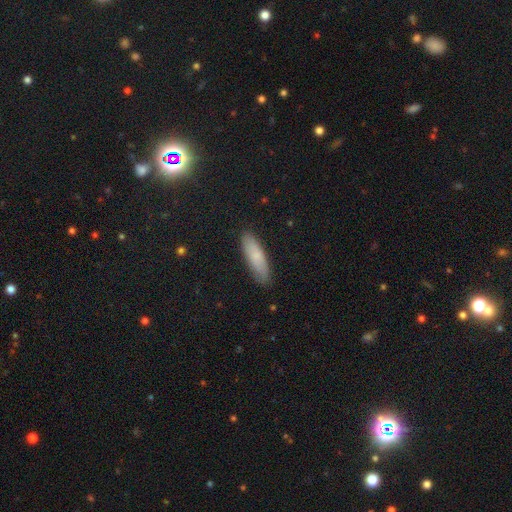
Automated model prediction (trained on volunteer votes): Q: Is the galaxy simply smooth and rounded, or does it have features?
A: smooth — 76%.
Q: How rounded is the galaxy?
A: cigar-shaped — 58%.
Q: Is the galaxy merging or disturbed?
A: none — 85%.